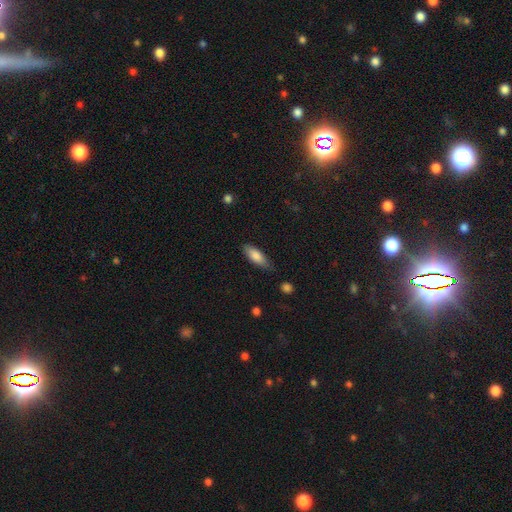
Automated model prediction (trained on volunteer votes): Overall: smooth (81%). How rounded: in between (66%; cigar-shaped 32%). Merging: none (73%).